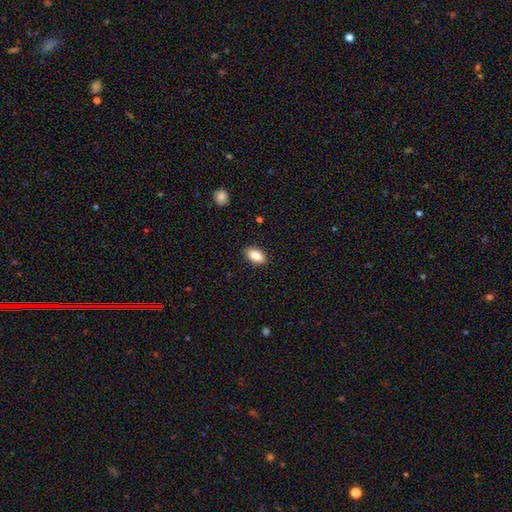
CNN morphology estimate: Smooth or featured?
  - smooth: 84% *
  - featured or disk: 8%
  - star or artifact: 7%
How rounded?
  - in between: 92% *
  - round: 6%
  - cigar-shaped: 2%
Merging?
  - none: 90% *
  - minor disturbance: 7%
  - major disturbance: 2%
  - merger: 1%